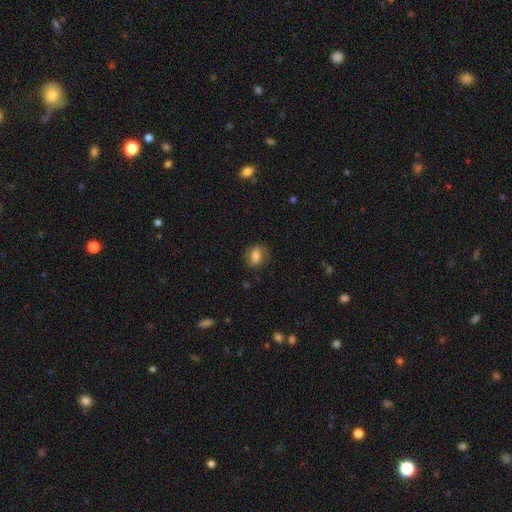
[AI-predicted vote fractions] This is possibly a smooth galaxy (59%). How rounded: possibly in between (60%). Merging: likely none (75%).